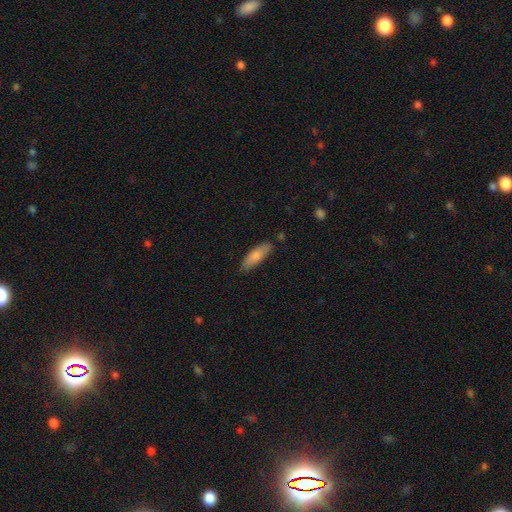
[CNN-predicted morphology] smooth-or-featured: smooth: 81% | featured or disk: 13% | star or artifact: 6%
  how-rounded: in between: 58% | cigar-shaped: 41% | round: 2%
  merging: none: 78% | minor disturbance: 17% | major disturbance: 3% | merger: 2%